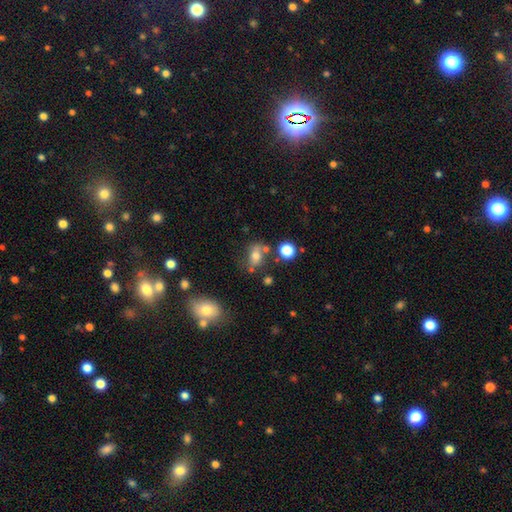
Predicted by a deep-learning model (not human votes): This is likely a smooth galaxy (68%). How rounded: likely in between (66%). Merging: possibly none (58%).